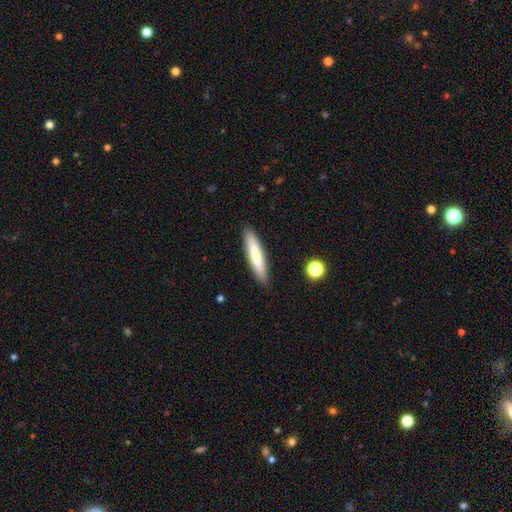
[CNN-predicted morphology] smooth 74%, featured or disk 20%, star or artifact 6%. Down the decision tree: how rounded — cigar-shaped (87%); merging — none (90%).